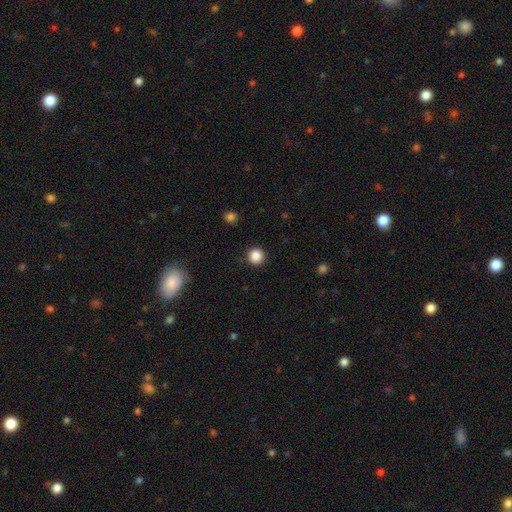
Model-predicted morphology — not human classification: Smooth or featured?
  - smooth: 87% *
  - star or artifact: 11%
  - featured or disk: 3%
How rounded?
  - round: 95% *
  - in between: 4%
  - cigar-shaped: 1%
Merging?
  - none: 91% *
  - minor disturbance: 6%
  - major disturbance: 2%
  - merger: 1%